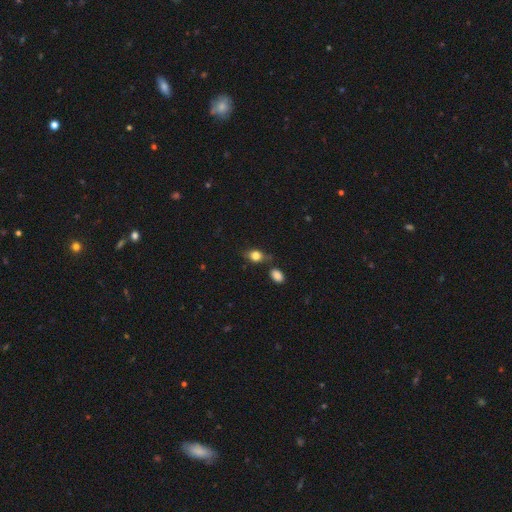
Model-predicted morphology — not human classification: Smooth or featured: smooth — 76% (featured or disk — 14%)
How rounded: in between — 65% (round — 31%)
Merging: none — 63% (minor disturbance — 19%)